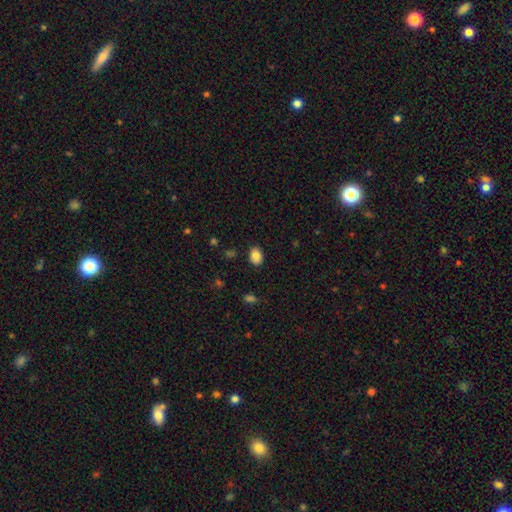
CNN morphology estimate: type=smooth (84%); roundness=in between (70%); merging=none (85%).